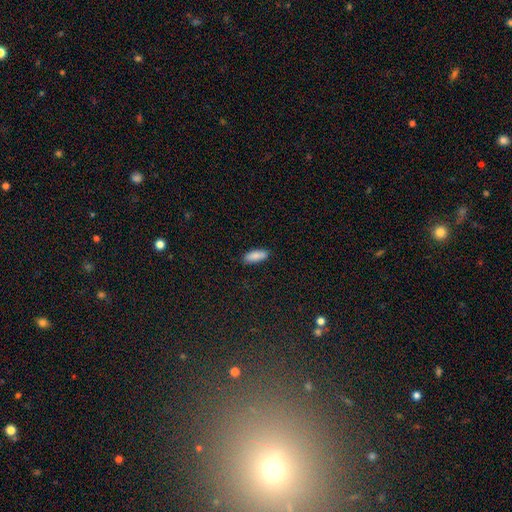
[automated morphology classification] smooth 86%, featured or disk 7%, star or artifact 7%. Down the decision tree: how rounded — in between (71%); merging — none (88%).